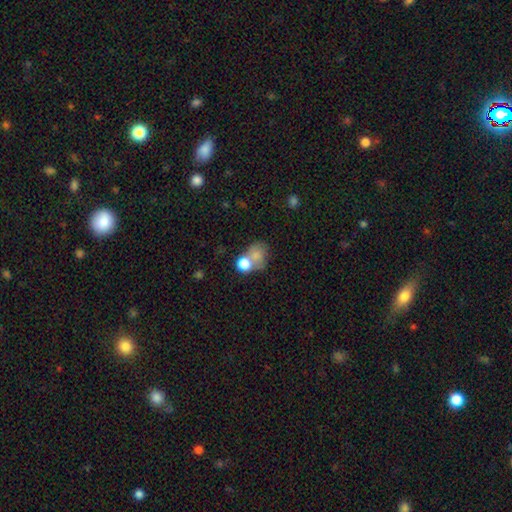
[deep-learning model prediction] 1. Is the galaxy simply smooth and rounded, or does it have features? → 72% smooth, 16% featured or disk, 11% star or artifact.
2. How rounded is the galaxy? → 58% round, 41% in between, 1% cigar-shaped.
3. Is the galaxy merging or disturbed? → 50% merger, 28% none, 12% minor disturbance, 10% major disturbance.